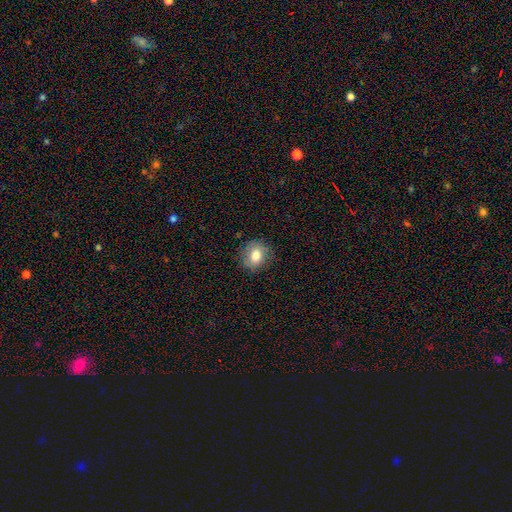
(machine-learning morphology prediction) smooth_or_featured: smooth (p=0.79) [alt: featured or disk p=0.12]
how_rounded: round (p=0.63) [alt: in between p=0.36]
merging: none (p=0.81) [alt: minor disturbance p=0.15]